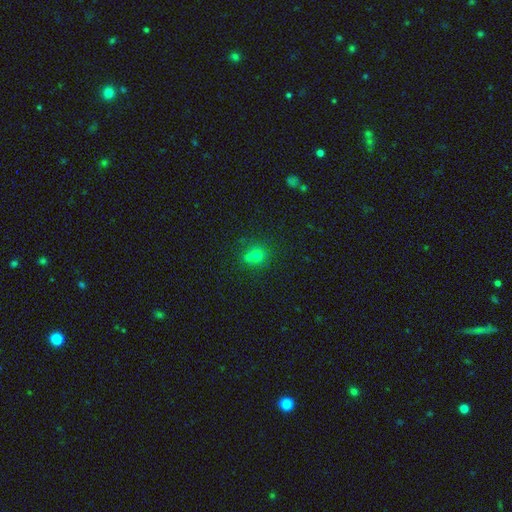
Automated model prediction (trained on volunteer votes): The model was most divided on "merging": none: 53%, merger: 34%, minor disturbance: 9%, major disturbance: 4%. More confident: how rounded — round (84%); smooth or featured — smooth (69%).